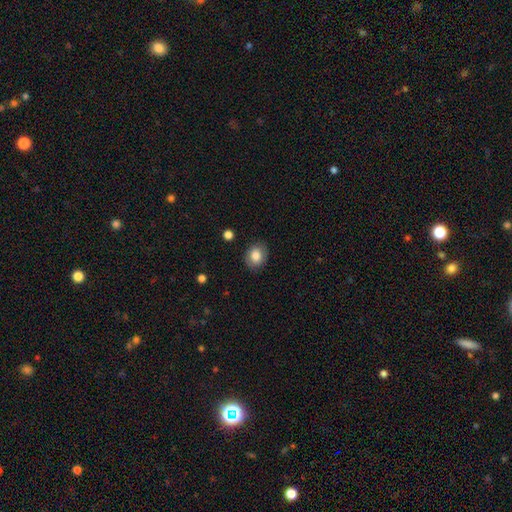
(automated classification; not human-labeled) Smooth or featured? smooth (82%)
How rounded? round (50%)
Merging? none (85%)